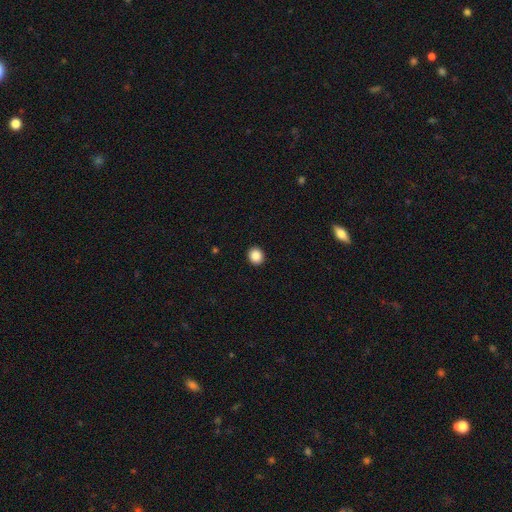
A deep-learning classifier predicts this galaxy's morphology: Overall: smooth (88%). How rounded: round (83%). Merging: none (93%).